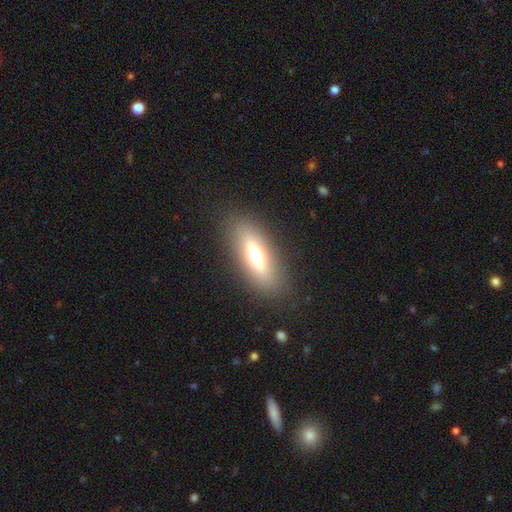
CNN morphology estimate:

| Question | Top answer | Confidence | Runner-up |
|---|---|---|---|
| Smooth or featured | smooth | 52% | featured or disk (37%) |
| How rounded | in between | 62% | cigar-shaped (33%) |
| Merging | none | 85% | minor disturbance (9%) |